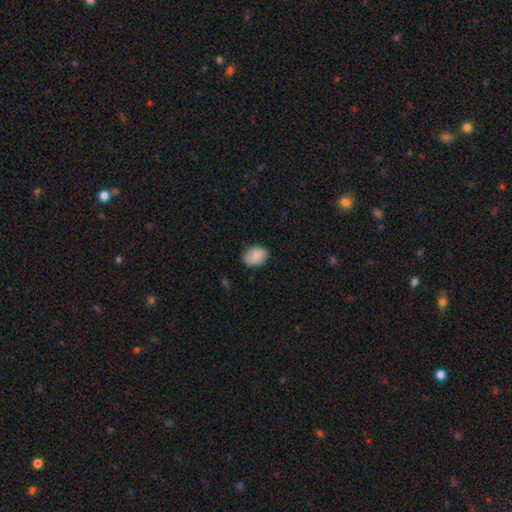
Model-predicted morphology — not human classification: A smooth galaxy with no disk features (85%) that is in between round and cigar-shaped (69%). Merging: none (80%).